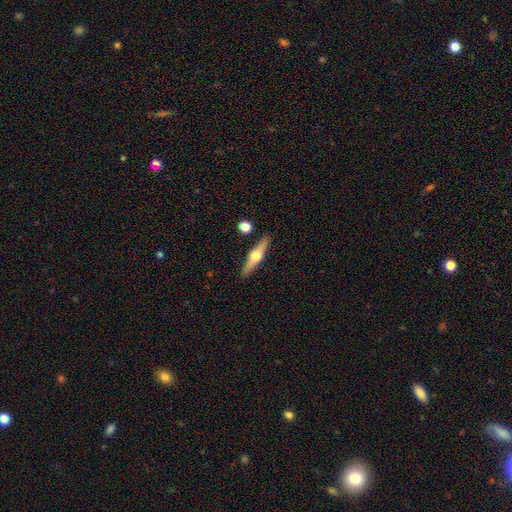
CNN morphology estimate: smooth-or-featured: featured or disk: 66% | smooth: 28% | star or artifact: 6%
  disk-edge-on: yes: 96% | no: 4%
    edge-on-bulge: rounded: 95% | boxy: 3% | none: 2%
  merging: none: 87% | minor disturbance: 8% | merger: 3% | major disturbance: 2%